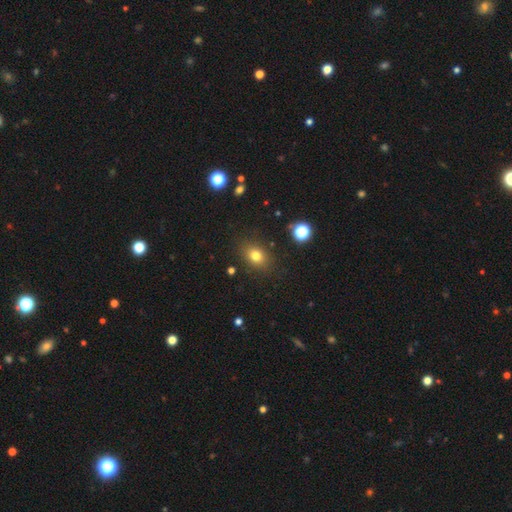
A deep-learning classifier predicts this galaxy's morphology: Smooth or featured? Predicted: smooth (p=0.77). How rounded? Predicted: in between (p=0.59). Merging? Predicted: none (p=0.84).